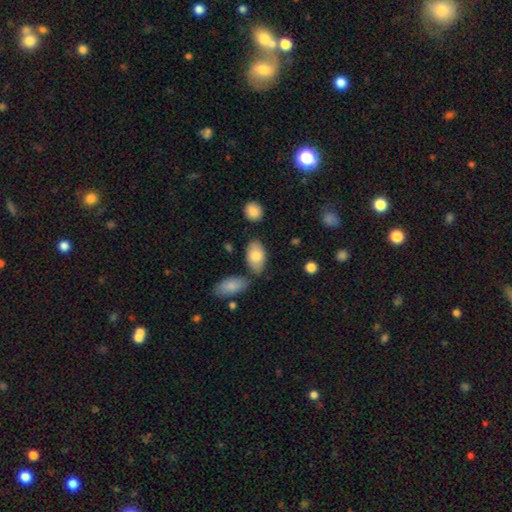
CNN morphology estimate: smooth-or-featured: smooth: 78% | featured or disk: 16% | star or artifact: 6%
  how-rounded: in between: 94% | round: 4% | cigar-shaped: 2%
  merging: none: 69% | minor disturbance: 17% | merger: 10% | major disturbance: 4%